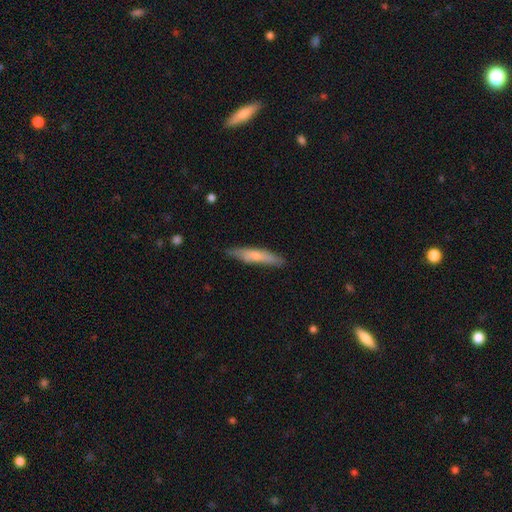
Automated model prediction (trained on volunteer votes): A smooth galaxy with no disk features (62%) that is cigar-shaped (88%). Merging: none (82%).